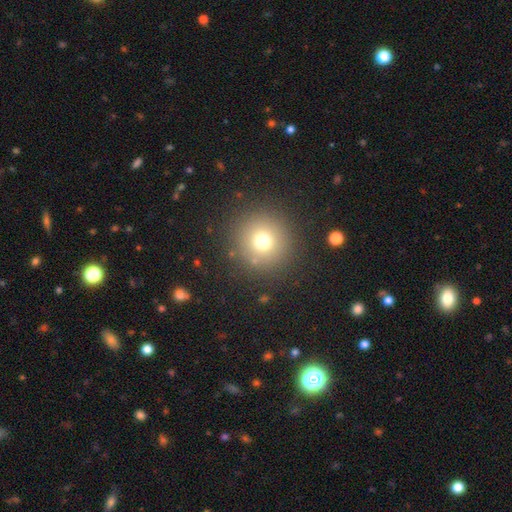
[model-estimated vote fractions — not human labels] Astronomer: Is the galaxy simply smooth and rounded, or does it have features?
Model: smooth — 67%.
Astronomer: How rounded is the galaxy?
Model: round — 95%.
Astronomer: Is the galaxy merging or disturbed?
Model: none — 91%.